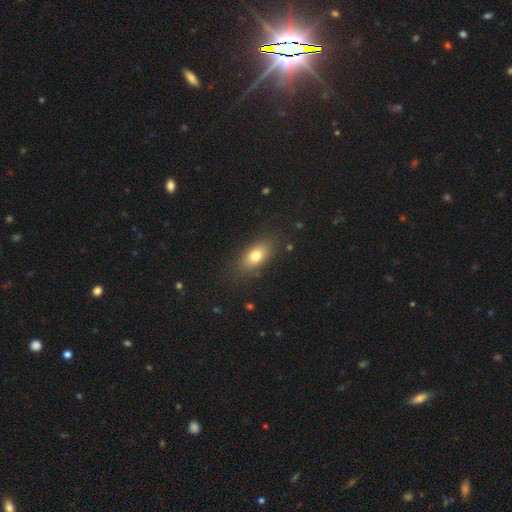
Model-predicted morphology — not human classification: Q: Smooth or featured?
A: smooth (77%); runner-up: featured or disk (14%)
Q: How rounded?
A: in between (85%); runner-up: round (9%)
Q: Merging?
A: none (82%); runner-up: minor disturbance (12%)